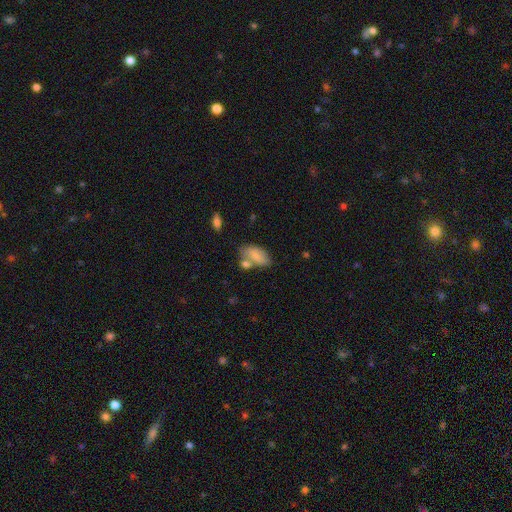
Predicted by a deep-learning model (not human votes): Morphology: type=smooth (75%); roundness=in between (91%); merging=none (44%).